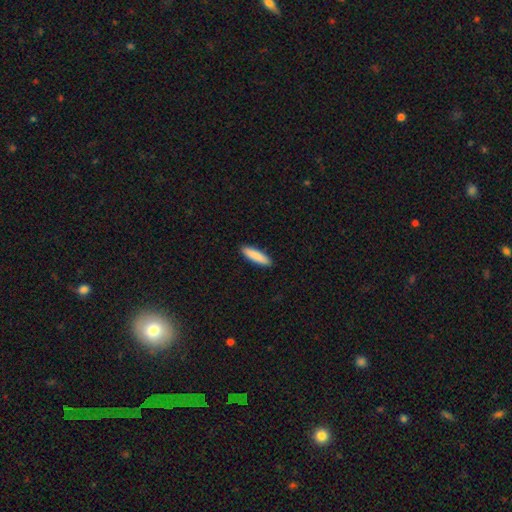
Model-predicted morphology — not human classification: smooth 89%, featured or disk 6%, star or artifact 5%. Down the decision tree: how rounded — cigar-shaped (71%); merging — none (91%).